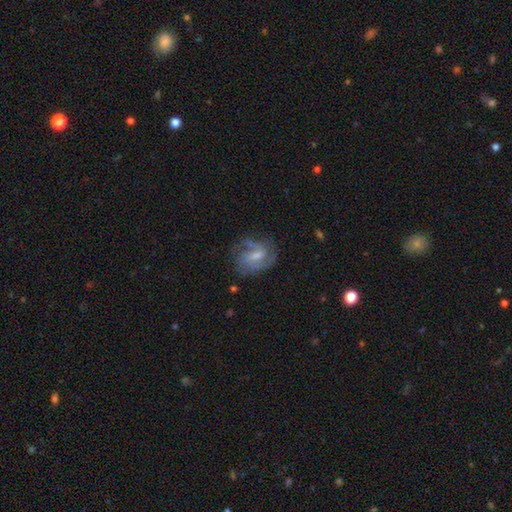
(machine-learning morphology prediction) Smooth or featured?
  - featured or disk: 76% *
  - smooth: 15%
  - star or artifact: 8%
Edge-on disk?
  - no: 97% *
  - yes: 3%
Bar?
  - weak: 54% *
  - no: 23%
  - strong: 23%
Spiral arms?
  - yes: 92% *
  - no: 8%
Spiral winding?
  - medium: 48% *
  - tight: 35%
  - loose: 17%
Spiral arm count?
  - 2: 51% *
  - can't tell: 19%
  - 3: 18%
  - 1: 5%
  - 4: 4%
  - more than 4: 3%
Bulge size?
  - small: 42% *
  - moderate: 40%
  - none: 13%
  - large: 4%
  - dominant: 1%
Merging?
  - none: 68% *
  - minor disturbance: 19%
  - major disturbance: 11%
  - merger: 2%